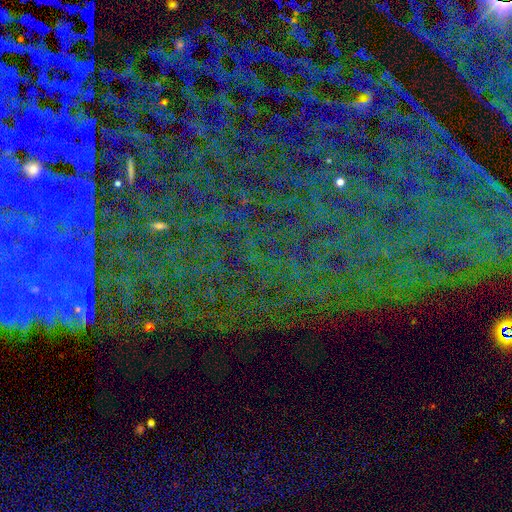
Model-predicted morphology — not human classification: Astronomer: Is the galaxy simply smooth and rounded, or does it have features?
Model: star or artifact — 80%.